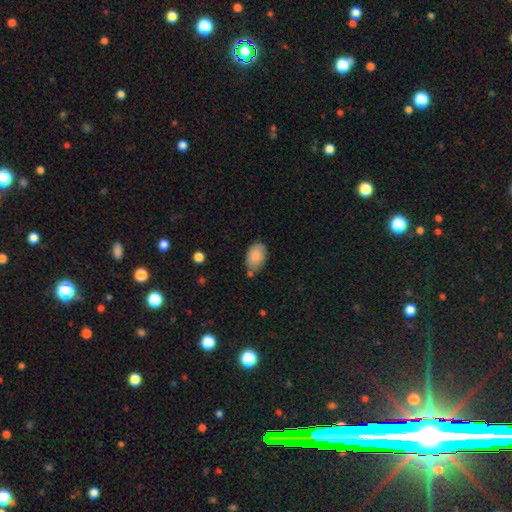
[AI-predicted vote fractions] Morphology: type=smooth (86%); roundness=in between (90%); merging=none (66%).